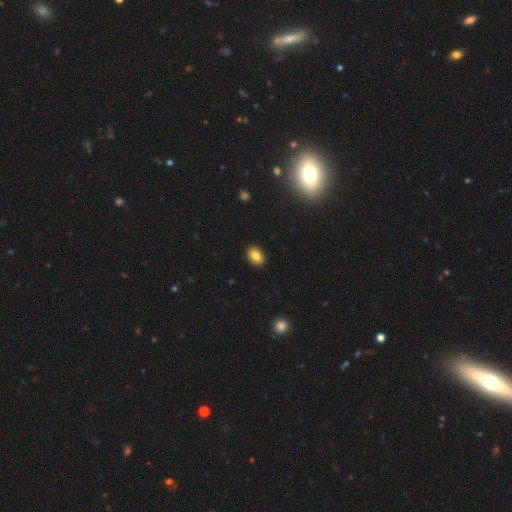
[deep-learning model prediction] Smooth or featured: smooth — 83% (star or artifact — 9%)
How rounded: in between — 72% (round — 27%)
Merging: none — 90% (minor disturbance — 7%)